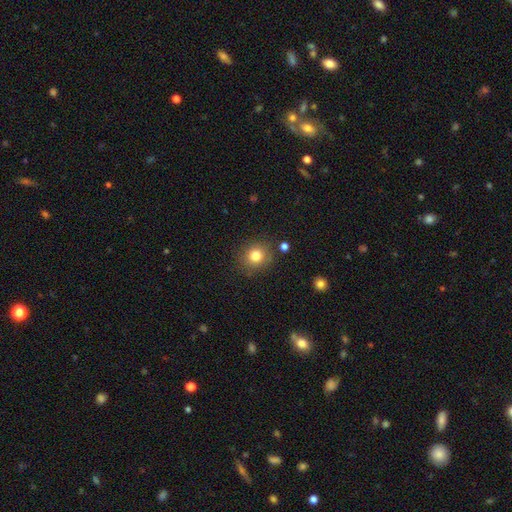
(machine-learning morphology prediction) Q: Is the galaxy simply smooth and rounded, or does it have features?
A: smooth — 81%.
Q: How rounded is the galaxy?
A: round — 86%.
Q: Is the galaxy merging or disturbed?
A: none — 85%.